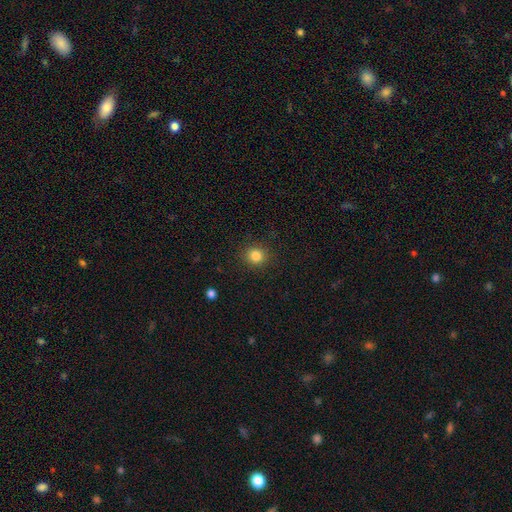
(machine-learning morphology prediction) This is clearly a smooth galaxy (84%). How rounded: clearly round (87%). Merging: clearly none (90%).